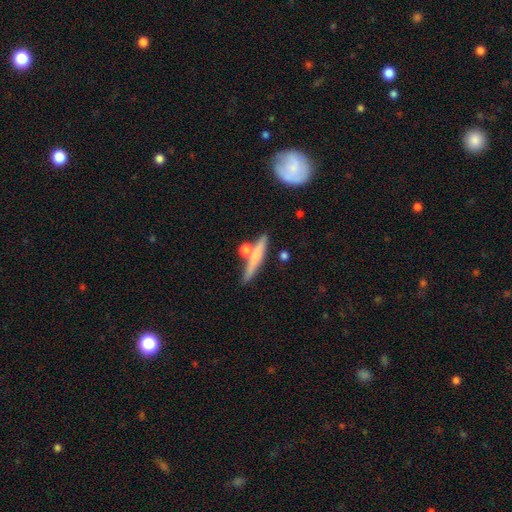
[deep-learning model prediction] smooth_or_featured: smooth (p=0.59) [alt: featured or disk p=0.34]
how_rounded: cigar-shaped (p=0.87) [alt: in between p=0.08]
merging: none (p=0.70) [alt: merger p=0.14]